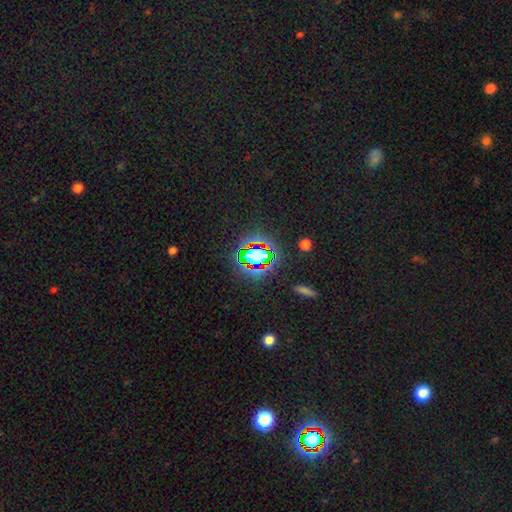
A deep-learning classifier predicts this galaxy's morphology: Q: Smooth or featured?
A: star or artifact (64%); runner-up: smooth (23%)